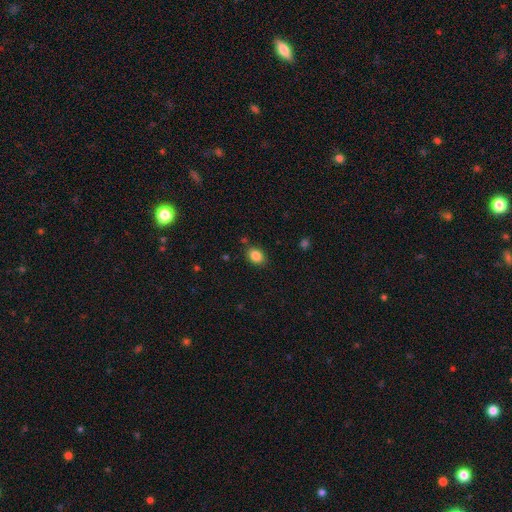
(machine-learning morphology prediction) Overall: smooth (85%). How rounded: in between (61%; round 38%). Merging: none (84%).